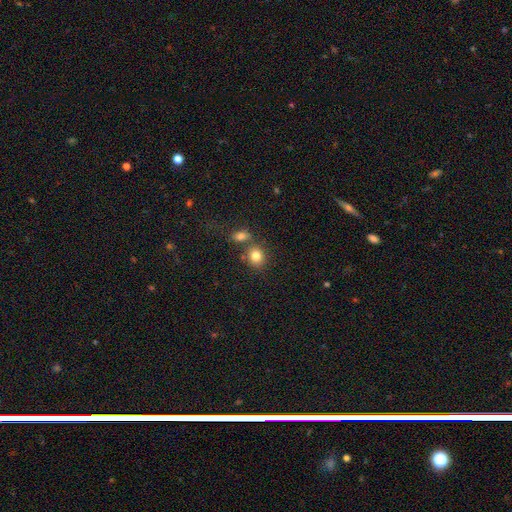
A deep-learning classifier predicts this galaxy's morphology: This appears to be a smooth galaxy with no disk features (81%) that is round (63%). Merging: none (57%).